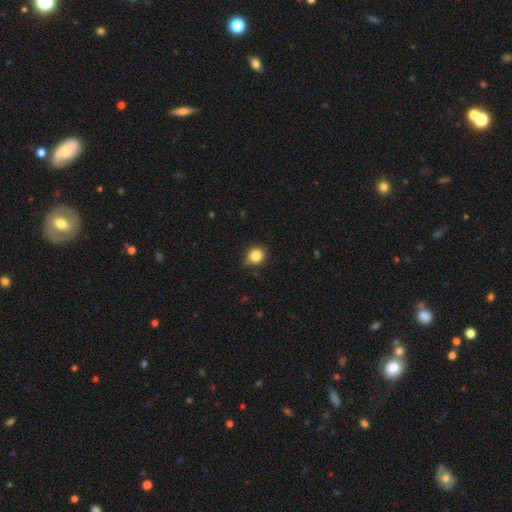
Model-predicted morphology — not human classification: The model was most divided on "merging": none: 71%, minor disturbance: 24%, major disturbance: 4%, merger: 1%. More confident: smooth or featured — smooth (84%); how rounded — round (82%).